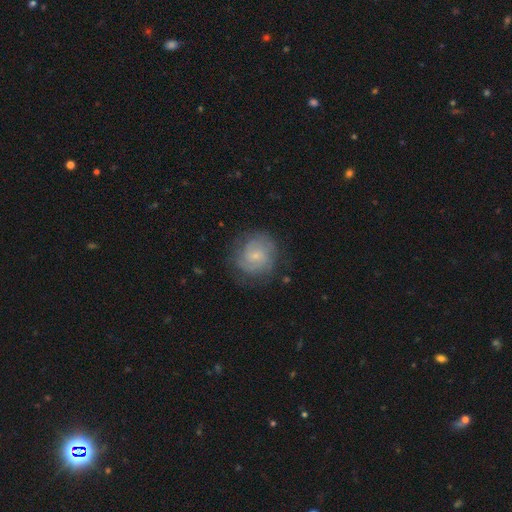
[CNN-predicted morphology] A featured or disk galaxy (57%) with no bar (63%), spiral arms (85%) and a small central bulge (74%).

Vote fractions:
- Smooth or featured? featured or disk: 57% / smooth: 35% / star or artifact: 8%
- Edge-on disk? no: 98% / yes: 2%
- Bar? no: 63% / weak: 33% / strong: 4%
- Spiral arms? yes: 85% / no: 15%
- Bulge size? small: 74% / moderate: 18% / none: 6% / large: 1% / dominant: 1%
- Merging? none: 74% / minor disturbance: 17% / major disturbance: 8% / merger: 1%